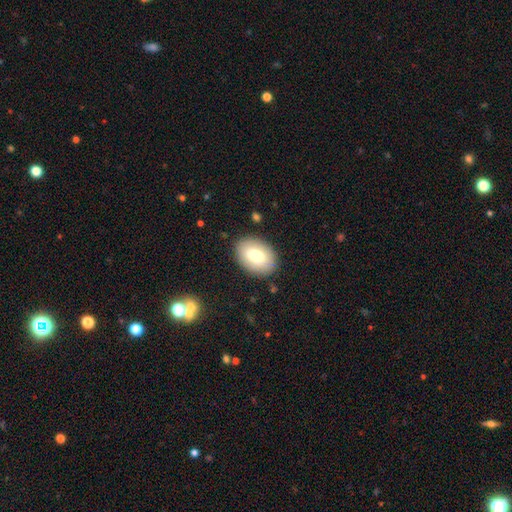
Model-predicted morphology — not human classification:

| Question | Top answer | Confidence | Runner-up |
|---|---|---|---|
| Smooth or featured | smooth | 75% | featured or disk (18%) |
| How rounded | in between | 84% | round (15%) |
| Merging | none | 86% | minor disturbance (10%) |